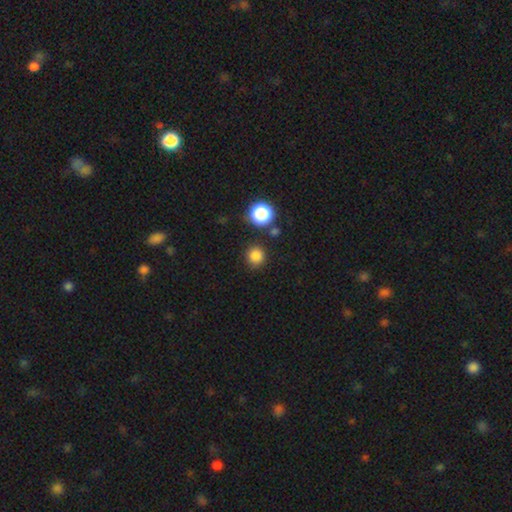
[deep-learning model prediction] smooth 82%, star or artifact 14%, featured or disk 4%. Down the decision tree: how rounded — round (92%); merging — none (84%).